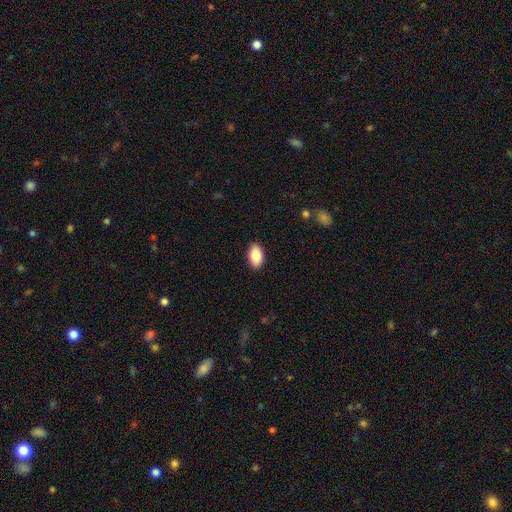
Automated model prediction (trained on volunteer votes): A smooth galaxy with no disk features (86%) that is in between round and cigar-shaped (93%). Merging: none (89%).